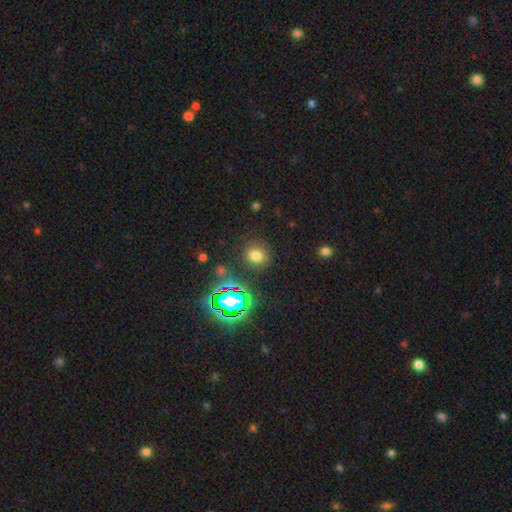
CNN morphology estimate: smooth-or-featured: smooth: 68% | star or artifact: 24% | featured or disk: 8%
  how-rounded: round: 75% | in between: 24% | cigar-shaped: 1%
  merging: none: 84% | minor disturbance: 10% | major disturbance: 4% | merger: 3%